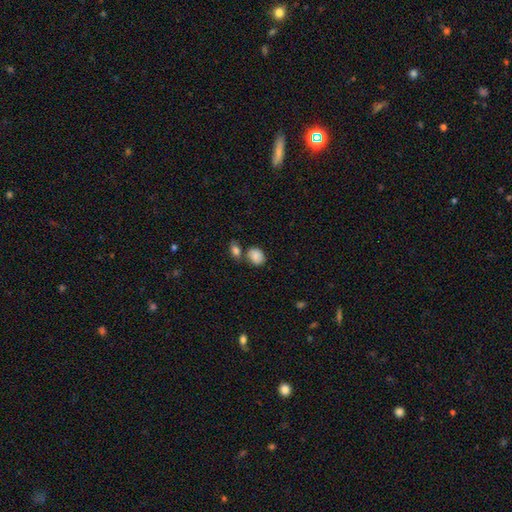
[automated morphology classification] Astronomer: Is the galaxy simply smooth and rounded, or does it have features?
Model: smooth — 85%.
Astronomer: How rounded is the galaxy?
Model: in between — 63%.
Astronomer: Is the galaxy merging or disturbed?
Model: none — 52%.